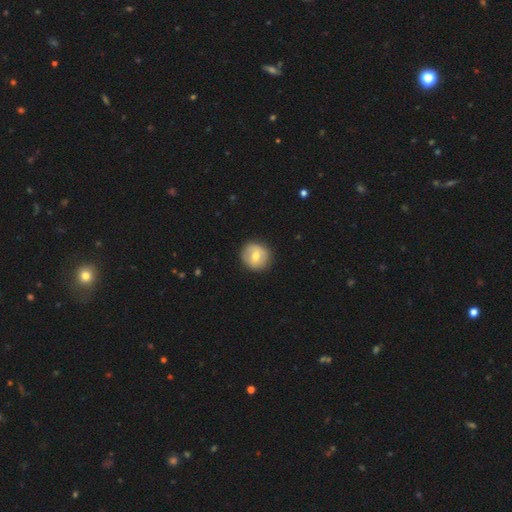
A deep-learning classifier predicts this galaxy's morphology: Q: Smooth or featured?
A: smooth (57%); runner-up: featured or disk (36%)
Q: How rounded?
A: round (92%); runner-up: in between (7%)
Q: Merging?
A: none (89%); runner-up: minor disturbance (8%)